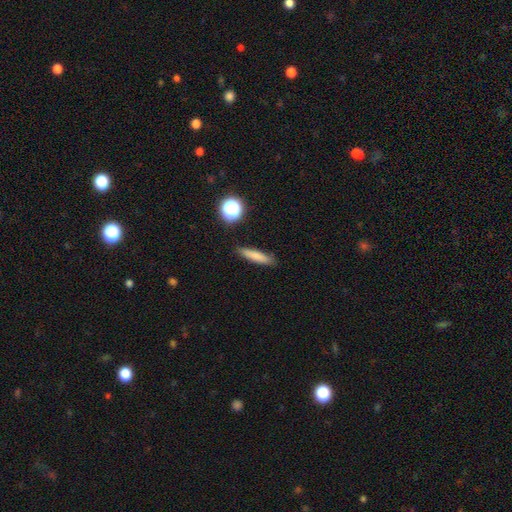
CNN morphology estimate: smooth-or-featured: smooth: 77% | featured or disk: 13% | star or artifact: 10%
  how-rounded: cigar-shaped: 84% | in between: 13% | round: 3%
  merging: none: 86% | minor disturbance: 10% | major disturbance: 2% | merger: 2%